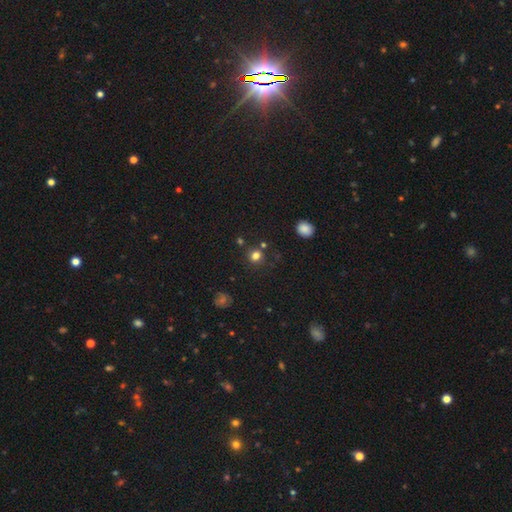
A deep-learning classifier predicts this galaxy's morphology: Smooth or featured? smooth (78%)
How rounded? round (88%)
Merging? none (79%)